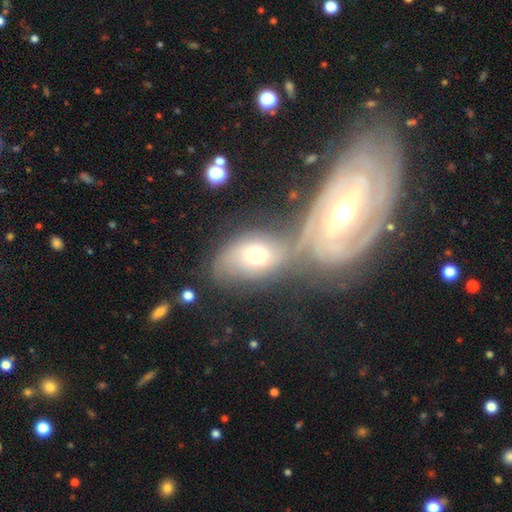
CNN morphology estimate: The model was most divided on "smooth or featured": featured or disk: 50%, smooth: 41%, star or artifact: 9%. More confident: merging — merger (52%).